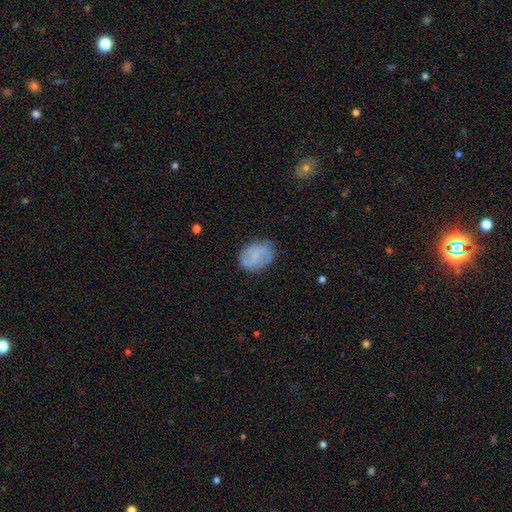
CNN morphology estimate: This is possibly a featured or disk galaxy (51%). It is clearly not viewed edge-on (97%). Merging: likely none (77%).